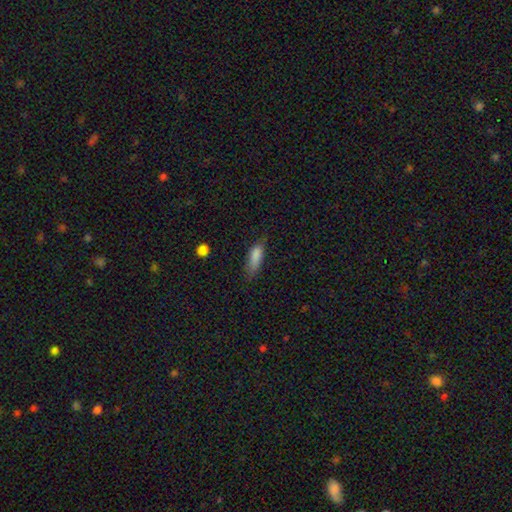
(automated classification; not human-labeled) Smooth or featured? smooth (83%)
How rounded? in between (59%)
Merging? none (58%)